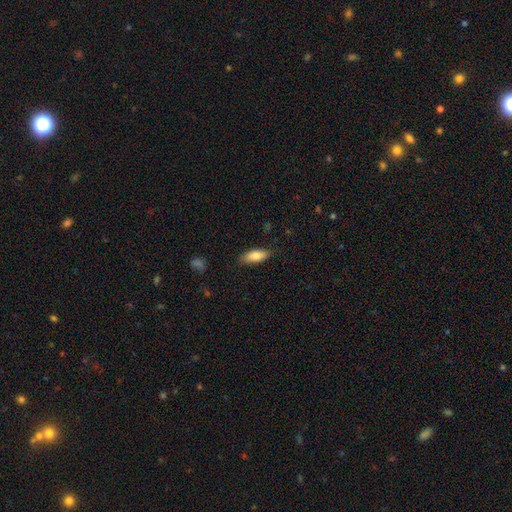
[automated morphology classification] smooth 82%, featured or disk 12%, star or artifact 6%. Down the decision tree: how rounded — in between (77%); merging — none (82%).